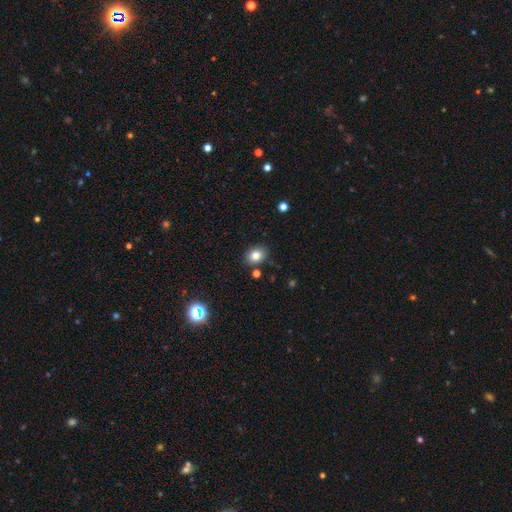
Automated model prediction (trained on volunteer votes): Morphology: type=smooth (80%); roundness=in between (57%); merging=none (84%).